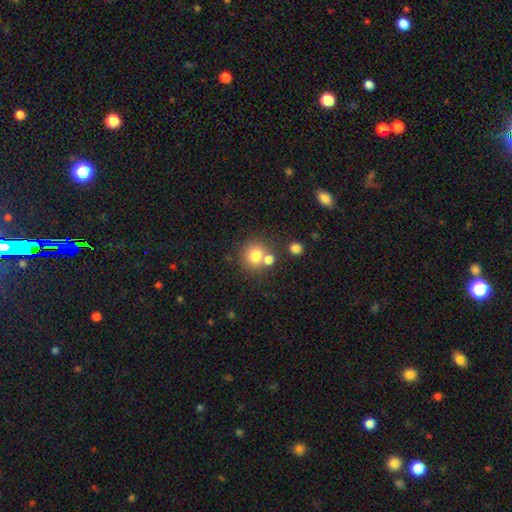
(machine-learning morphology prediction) A smooth galaxy with no disk features (77%) that is round (88%).

Vote fractions:
- Smooth or featured? smooth: 77% / star or artifact: 12% / featured or disk: 11%
- How rounded? round: 88% / in between: 11% / cigar-shaped: 1%
- Merging? none: 58% / merger: 30% / minor disturbance: 8% / major disturbance: 3%